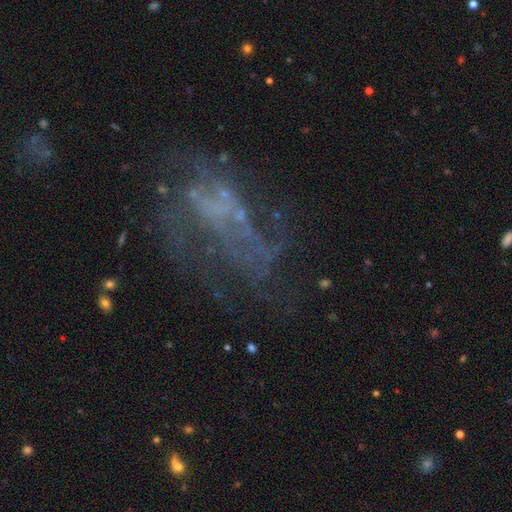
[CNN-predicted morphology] featured or disk 59%, star or artifact 25%, smooth 16%. Down the decision tree: edge-on disk — no (97%); bar — no (82%); spiral arms — no (73%); bulge size — none (77%); merging — none (40%).